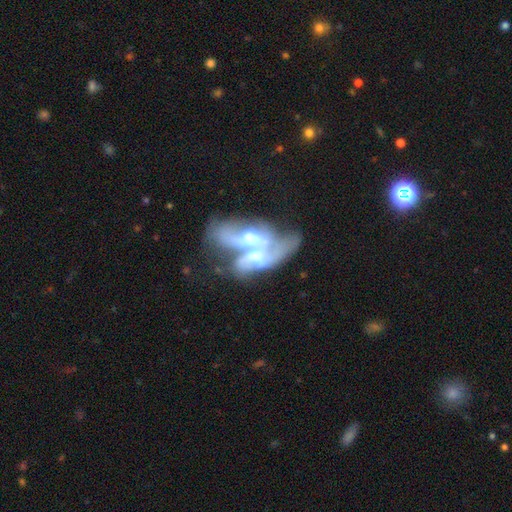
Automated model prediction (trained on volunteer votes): smooth-or-featured: featured or disk: 71% | smooth: 22% | star or artifact: 8%
  disk-edge-on: no: 93% | yes: 7%
    bar: no: 65% | weak: 24% | strong: 10%
    has-spiral-arms: yes: 59% | no: 41%
    bulge-size: moderate: 66% | large: 15% | small: 12% | none: 5% | dominant: 2%
  merging: merger: 80% | major disturbance: 10% | none: 6% | minor disturbance: 4%